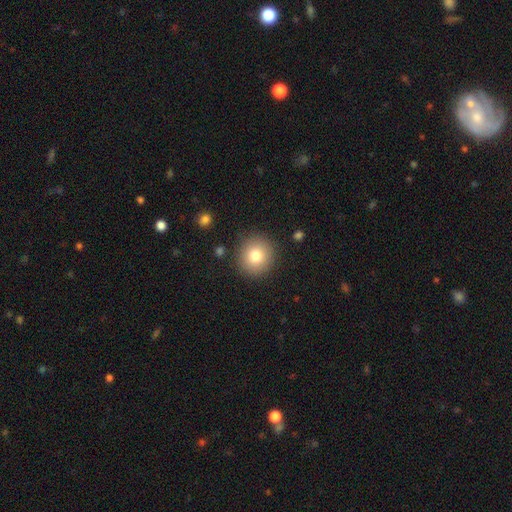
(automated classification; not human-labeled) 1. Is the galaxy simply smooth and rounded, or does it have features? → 79% smooth, 10% star or artifact, 10% featured or disk.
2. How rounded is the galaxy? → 92% round, 7% in between, 1% cigar-shaped.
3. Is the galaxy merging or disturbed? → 89% none, 7% minor disturbance, 3% major disturbance, 2% merger.